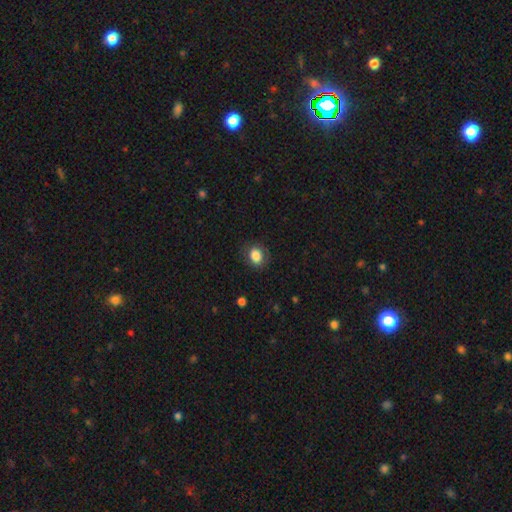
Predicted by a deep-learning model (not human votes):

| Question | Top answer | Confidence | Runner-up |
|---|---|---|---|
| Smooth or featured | smooth | 84% | star or artifact (9%) |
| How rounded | in between | 55% | round (43%) |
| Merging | none | 82% | minor disturbance (13%) |